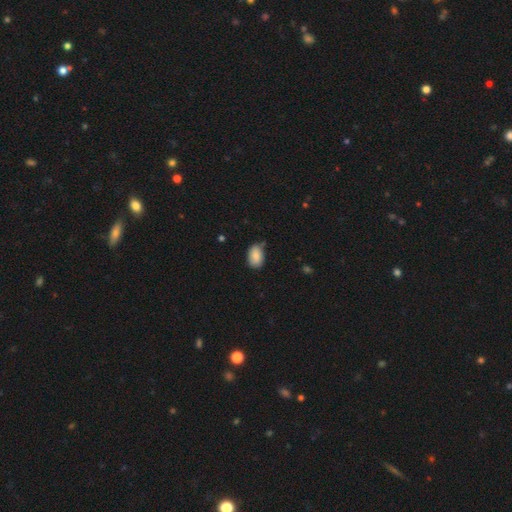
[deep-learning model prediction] smooth 86%, star or artifact 7%, featured or disk 7%. Down the decision tree: how rounded — in between (86%); merging — none (65%).